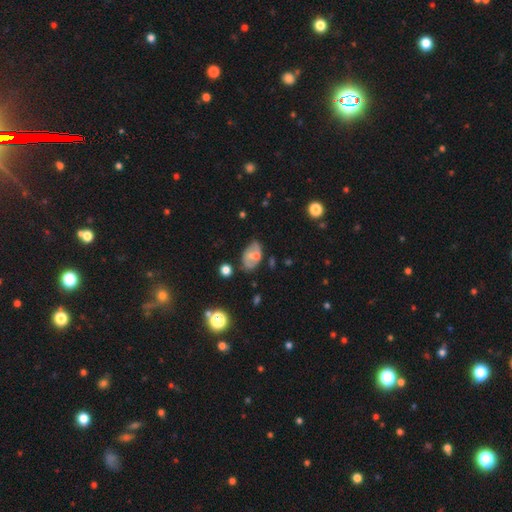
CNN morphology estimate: Smooth or featured: featured or disk — 50% (smooth — 41%)
Edge-on disk: no — 93% (yes — 7%)
Merging: none — 61% (minor disturbance — 23%)